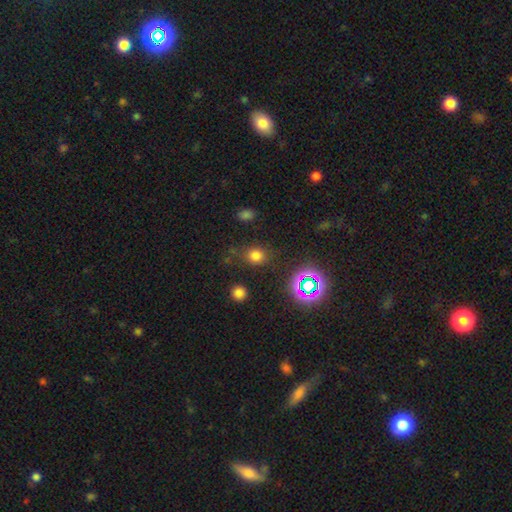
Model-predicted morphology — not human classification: smooth_or_featured: smooth (p=0.71) [alt: star or artifact p=0.23]
how_rounded: round (p=0.71) [alt: in between p=0.28]
merging: none (p=0.77) [alt: minor disturbance p=0.14]